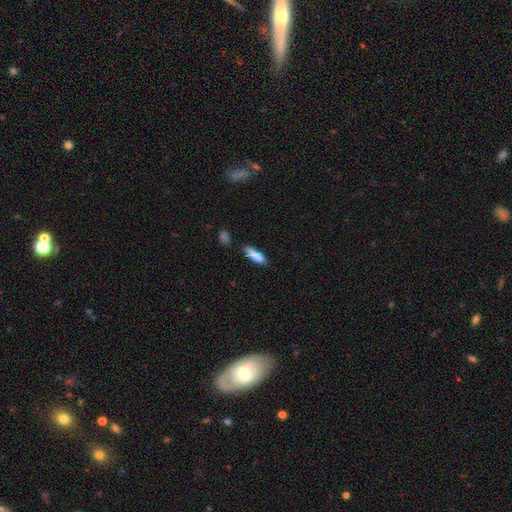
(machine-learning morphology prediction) Overall: smooth (85%). How rounded: cigar-shaped (65%; in between 33%). Merging: none (70%).